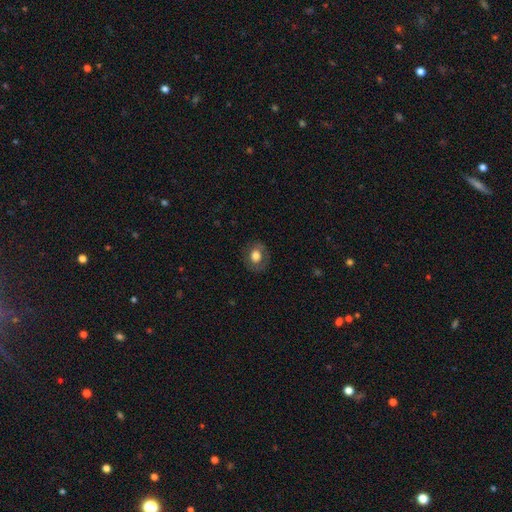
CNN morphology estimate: A smooth galaxy with no disk features (69%) that is round (62%). Merging: none (80%).